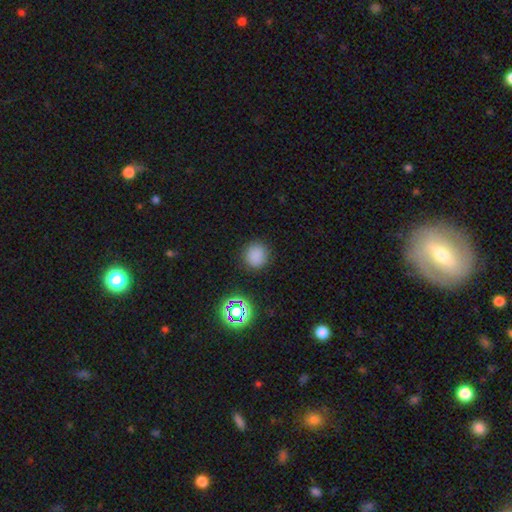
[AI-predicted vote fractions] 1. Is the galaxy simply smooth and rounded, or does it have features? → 79% smooth, 16% star or artifact, 5% featured or disk.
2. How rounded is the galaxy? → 89% round, 10% in between, 1% cigar-shaped.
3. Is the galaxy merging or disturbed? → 87% none, 8% minor disturbance, 3% major disturbance, 2% merger.